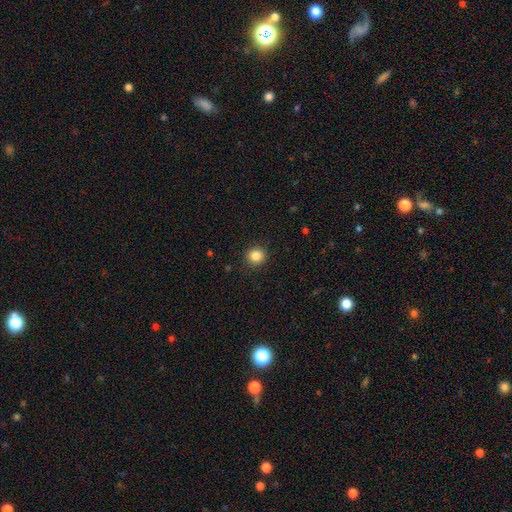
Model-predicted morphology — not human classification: type=smooth (85%); roundness=round (93%); merging=none (91%).